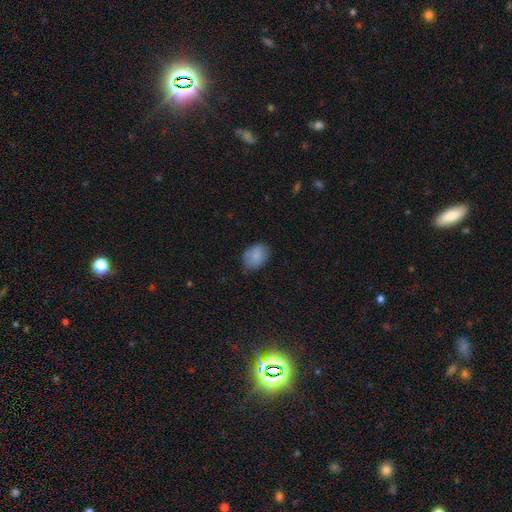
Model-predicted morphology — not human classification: Q: Smooth or featured?
A: smooth (86%); runner-up: star or artifact (7%)
Q: How rounded?
A: in between (76%); runner-up: round (23%)
Q: Merging?
A: none (79%); runner-up: minor disturbance (16%)